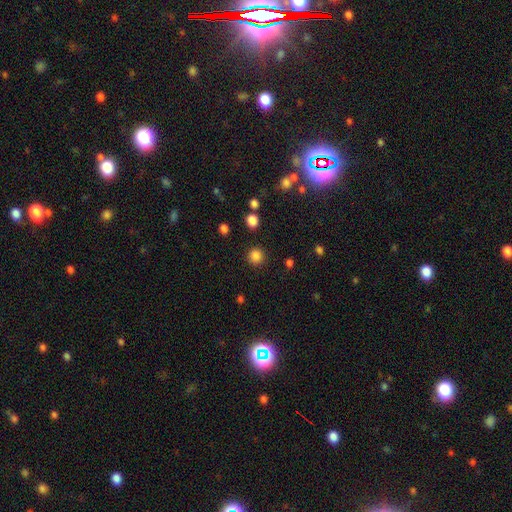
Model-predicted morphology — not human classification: Smooth or featured: smooth — 84% (star or artifact — 12%)
How rounded: round — 93% (in between — 6%)
Merging: none — 90% (minor disturbance — 6%)